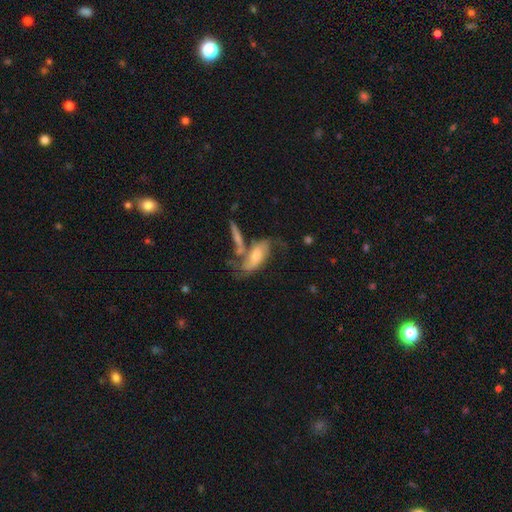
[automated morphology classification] featured or disk 54%, smooth 39%, star or artifact 7%. Down the decision tree: edge-on disk — no (83%); merging — merger (33%).